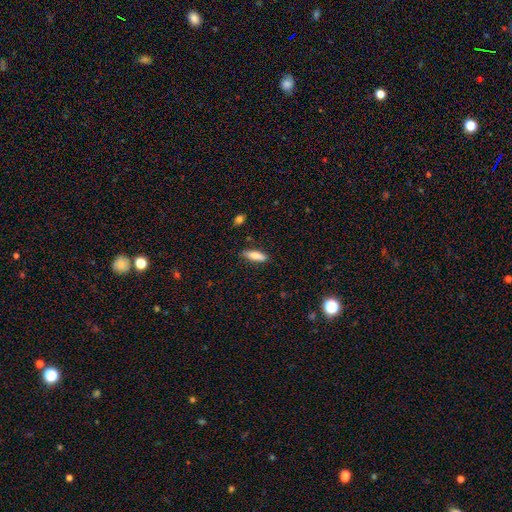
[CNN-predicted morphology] Overall: smooth (78%). How rounded: cigar-shaped (54%; in between 44%). Merging: none (85%).